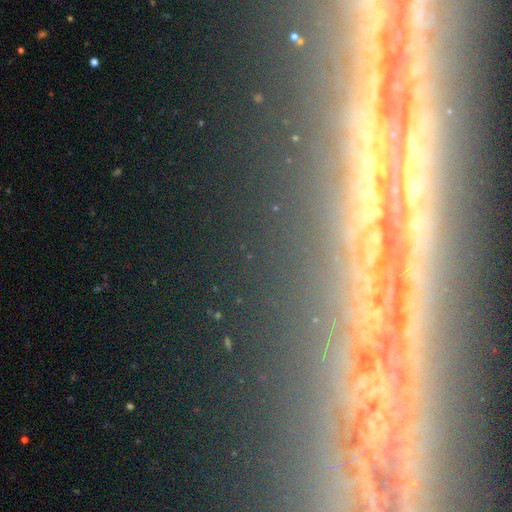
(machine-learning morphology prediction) Overall: star or artifact (49%; featured or disk 35%).